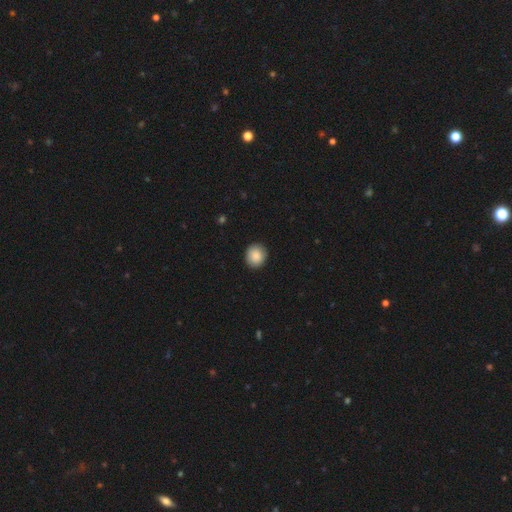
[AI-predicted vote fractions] A smooth galaxy with no disk features (88%) that is round (83%). Merging: none (89%).